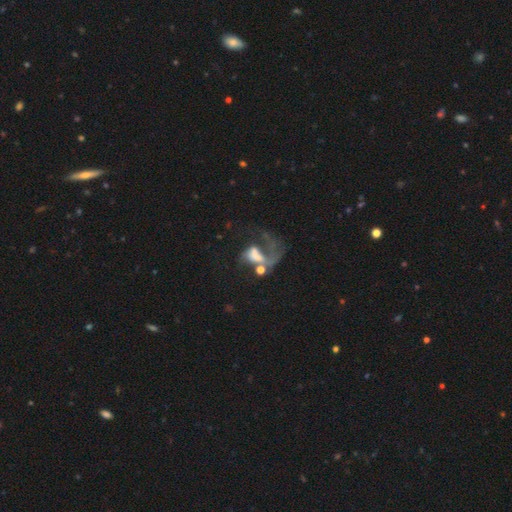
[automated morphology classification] smooth_or_featured: featured or disk (p=0.63) [alt: smooth p=0.25]
disk_edge_on: no (p=0.97) [alt: yes p=0.03]
bar: no (p=0.57) [alt: weak p=0.30]
has_spiral_arms: yes (p=0.70) [alt: no p=0.30]
bulge_size: moderate (p=0.33) [alt: small p=0.23]
merging: major disturbance (p=0.40) [alt: merger p=0.32]